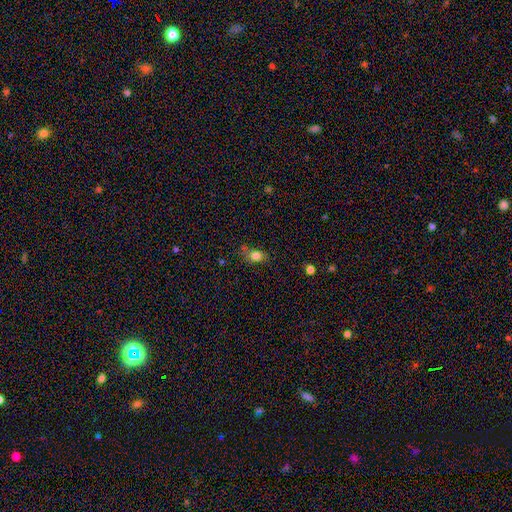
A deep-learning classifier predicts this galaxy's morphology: Smooth or featured: smooth — 81% (star or artifact — 11%)
How rounded: in between — 67% (round — 30%)
Merging: none — 68% (minor disturbance — 22%)